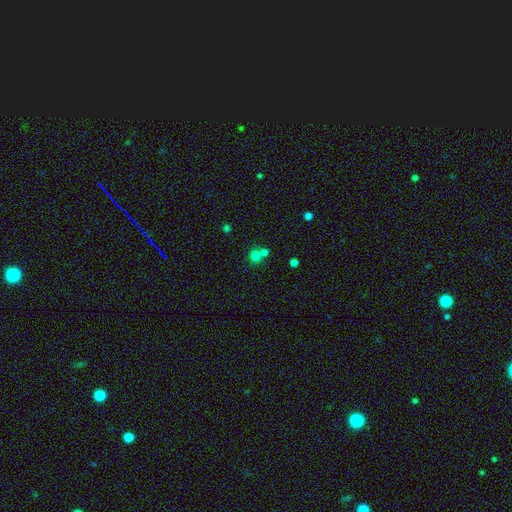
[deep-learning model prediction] Smooth or featured? Predicted: smooth (p=0.75). How rounded? Predicted: round (p=0.87). Merging? Predicted: none (p=0.52).